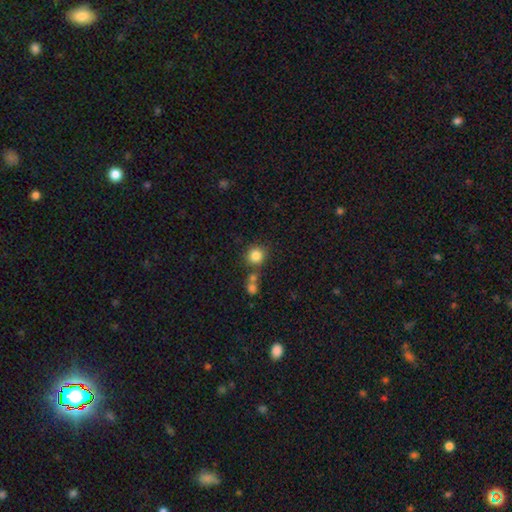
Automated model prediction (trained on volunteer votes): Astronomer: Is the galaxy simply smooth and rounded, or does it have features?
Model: smooth — 84%.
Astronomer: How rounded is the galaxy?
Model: round — 91%.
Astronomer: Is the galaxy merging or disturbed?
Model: none — 72%.